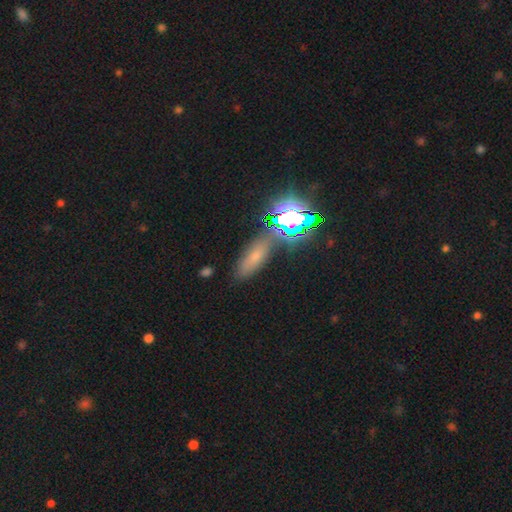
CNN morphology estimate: smooth_or_featured: smooth (p=0.47) [alt: star or artifact p=0.37]
merging: none (p=0.79) [alt: minor disturbance p=0.12]